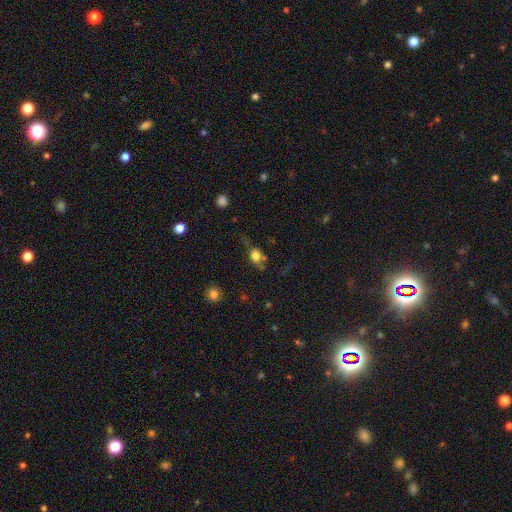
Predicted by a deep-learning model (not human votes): Morphology: type=smooth (65%); roundness=round (54%); merging=none (52%).